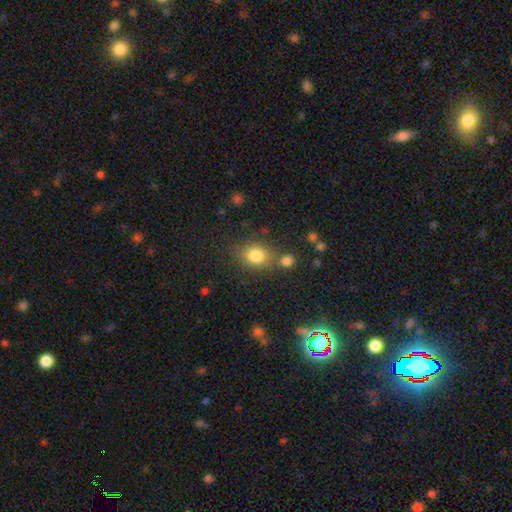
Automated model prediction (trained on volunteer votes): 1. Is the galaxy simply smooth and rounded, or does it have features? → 82% smooth, 11% star or artifact, 7% featured or disk.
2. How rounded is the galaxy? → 57% round, 42% in between, 1% cigar-shaped.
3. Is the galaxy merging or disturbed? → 67% none, 15% merger, 13% minor disturbance, 5% major disturbance.